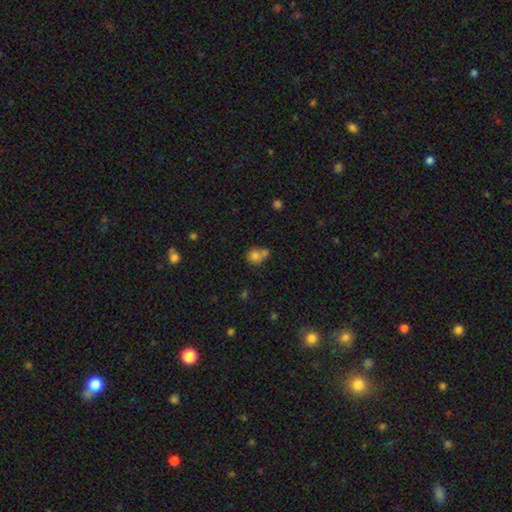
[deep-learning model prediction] A smooth galaxy with no disk features (78%) that is round (77%).

Vote fractions:
- Smooth or featured? smooth: 78% / star or artifact: 12% / featured or disk: 11%
- How rounded? round: 77% / in between: 22% / cigar-shaped: 1%
- Merging? merger: 45% / none: 40% / minor disturbance: 11% / major disturbance: 4%